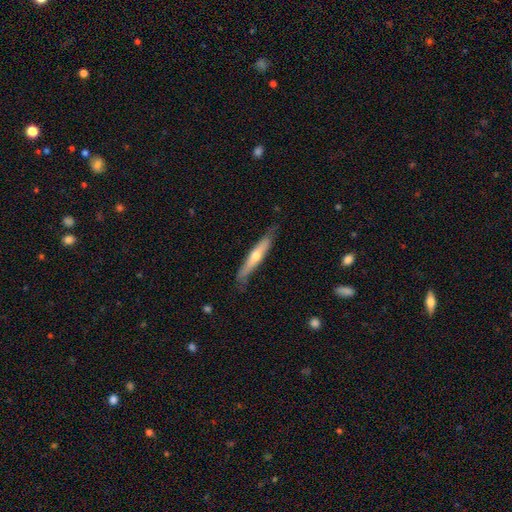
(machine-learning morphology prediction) Overall: featured or disk (51%; smooth 44%). Edge-on disk: yes (88%). Merging: none (77%).